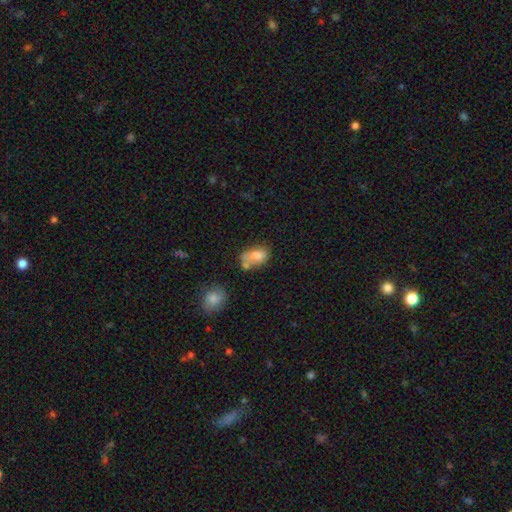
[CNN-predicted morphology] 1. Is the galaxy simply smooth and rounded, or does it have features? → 73% smooth, 18% featured or disk, 9% star or artifact.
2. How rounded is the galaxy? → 84% in between, 14% round, 2% cigar-shaped.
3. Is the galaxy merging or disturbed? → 35% none, 30% merger, 24% minor disturbance, 12% major disturbance.